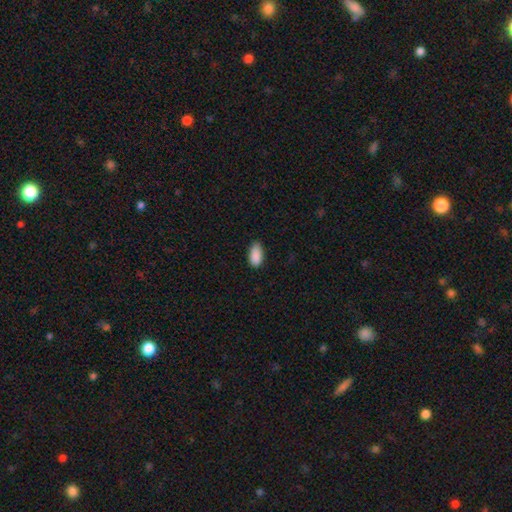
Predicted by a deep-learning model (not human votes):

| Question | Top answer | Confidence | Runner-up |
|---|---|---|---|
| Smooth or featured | smooth | 90% | star or artifact (7%) |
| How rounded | in between | 94% | cigar-shaped (3%) |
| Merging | none | 78% | minor disturbance (18%) |